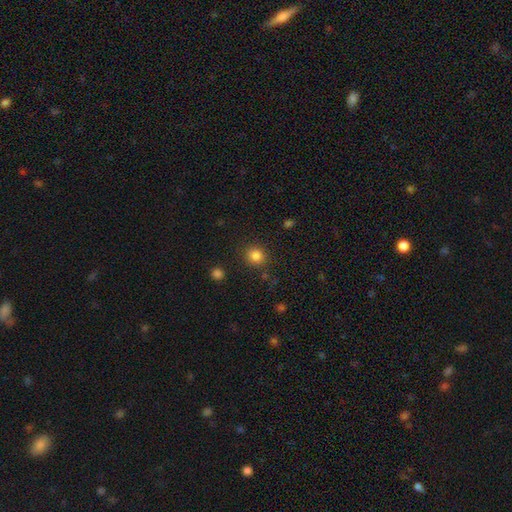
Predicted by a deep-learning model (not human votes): This is clearly a smooth galaxy (84%). How rounded: clearly round (88%). Merging: clearly none (87%).